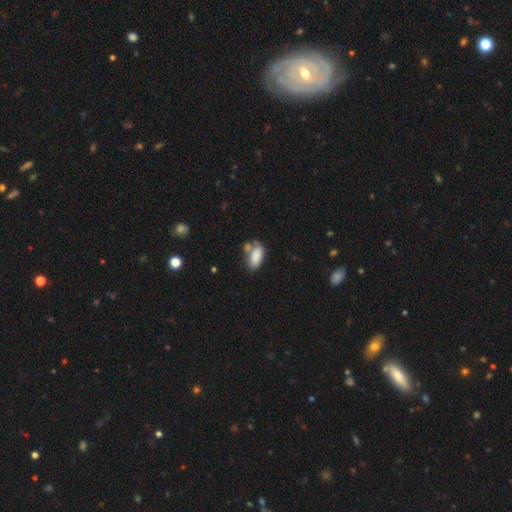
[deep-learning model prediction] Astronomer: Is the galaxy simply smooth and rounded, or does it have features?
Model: smooth — 84%.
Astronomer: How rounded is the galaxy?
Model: in between — 89%.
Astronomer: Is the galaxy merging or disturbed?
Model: none — 49% (runner-up: merger, 26%).